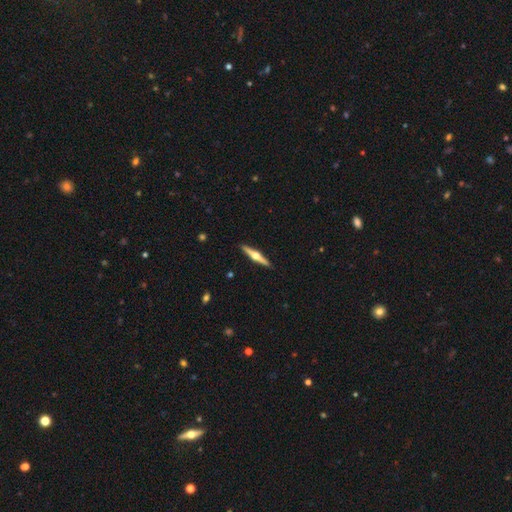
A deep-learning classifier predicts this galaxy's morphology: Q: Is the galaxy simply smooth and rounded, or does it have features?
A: featured or disk — 74%.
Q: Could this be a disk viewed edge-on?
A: yes — 98%.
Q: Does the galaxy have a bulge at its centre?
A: rounded — 96%.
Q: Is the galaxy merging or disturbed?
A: none — 92%.